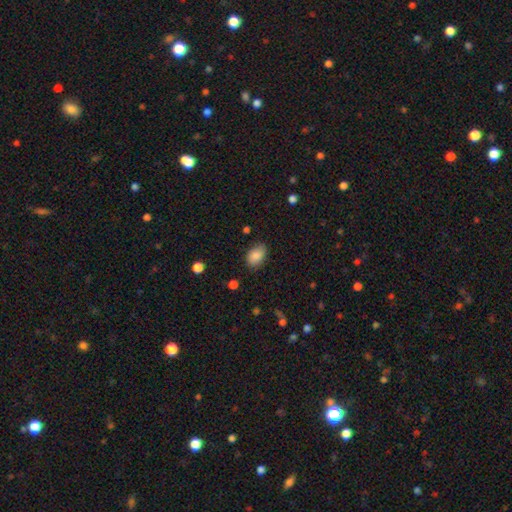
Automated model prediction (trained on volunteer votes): This appears to be a smooth galaxy with no disk features (87%) that is in between round and cigar-shaped (83%). Merging: none (80%).